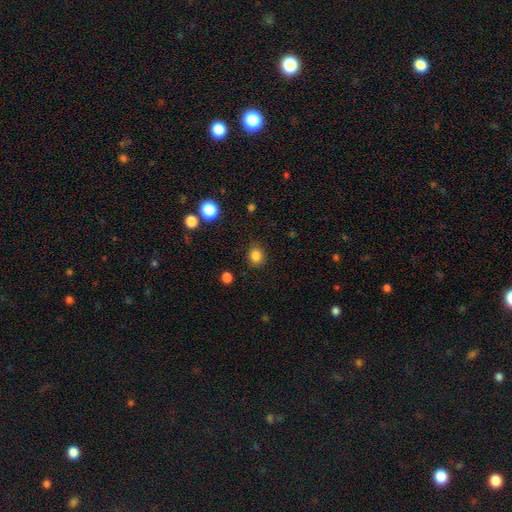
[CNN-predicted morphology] The model was most divided on "how rounded": round: 76%, in between: 23%, cigar-shaped: 1%. More confident: merging — none (87%); smooth or featured — smooth (84%).